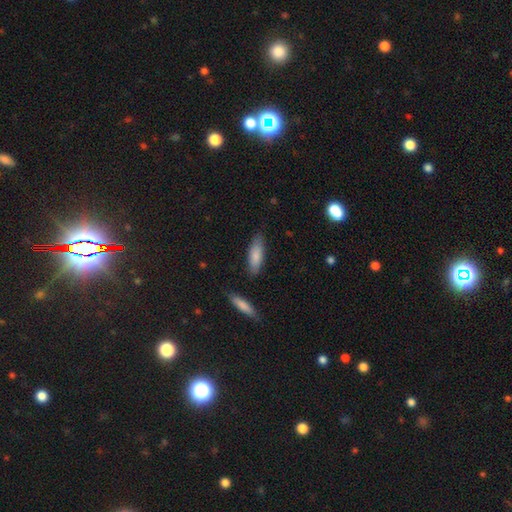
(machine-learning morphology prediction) This is clearly a smooth galaxy (82%). How rounded: possibly in between (53%). Merging: likely none (80%).